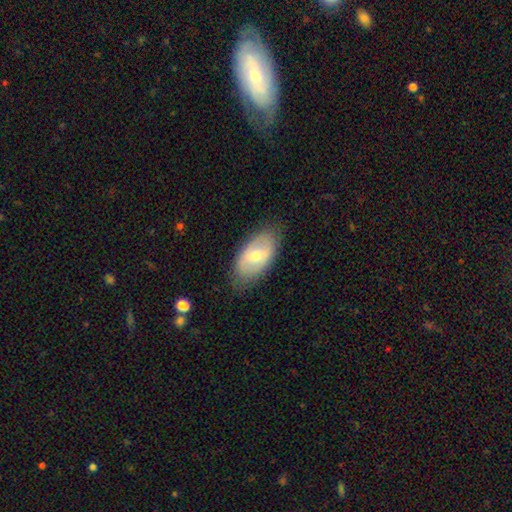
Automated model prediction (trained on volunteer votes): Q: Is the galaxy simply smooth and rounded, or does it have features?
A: smooth — 52%.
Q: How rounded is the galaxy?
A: in between — 93%.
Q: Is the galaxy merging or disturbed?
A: none — 78%.